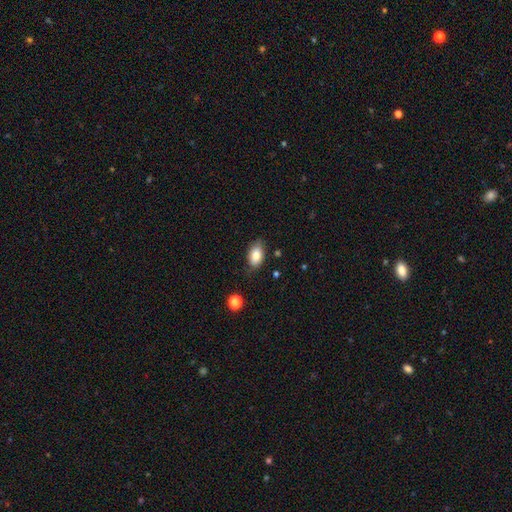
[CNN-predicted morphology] smooth-or-featured: smooth: 83% | featured or disk: 10% | star or artifact: 8%
  how-rounded: in between: 90% | round: 8% | cigar-shaped: 2%
  merging: none: 78% | minor disturbance: 17% | major disturbance: 3% | merger: 2%